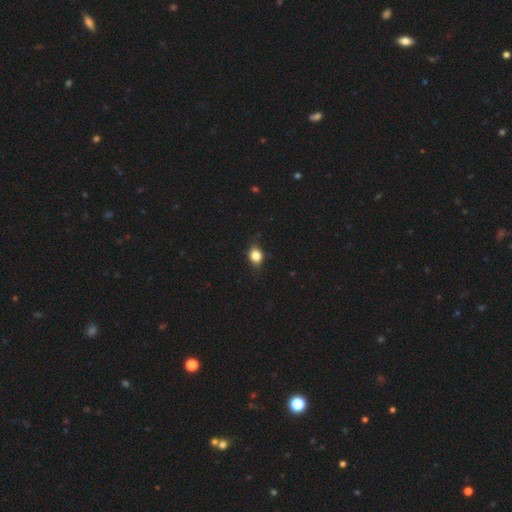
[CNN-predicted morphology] smooth 79%, featured or disk 10%, star or artifact 10%. Down the decision tree: how rounded — in between (53%); merging — none (79%).